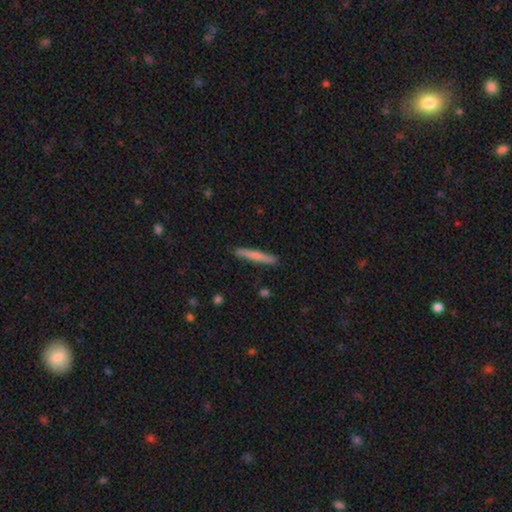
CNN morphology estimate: smooth 70%, featured or disk 25%, star or artifact 5%. Down the decision tree: how rounded — cigar-shaped (96%); merging — none (90%).